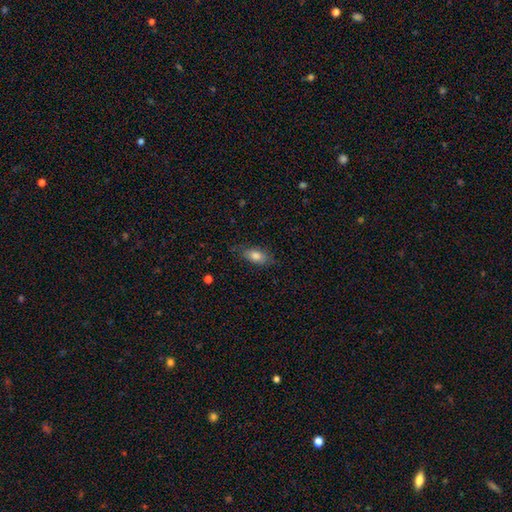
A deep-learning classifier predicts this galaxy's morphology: type=smooth (80%); roundness=in between (85%); merging=none (78%).